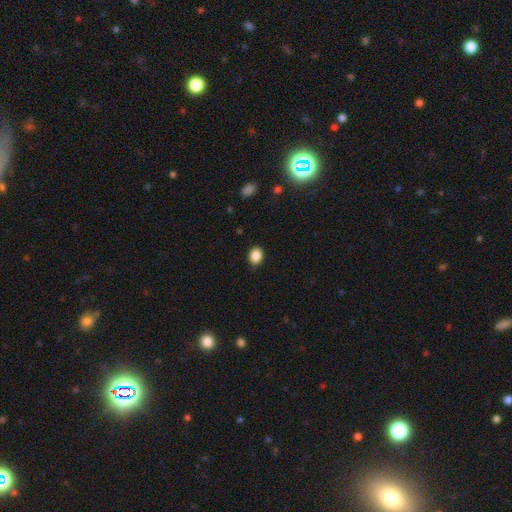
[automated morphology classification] Smooth or featured? Predicted: smooth (p=0.87). How rounded? Predicted: in between (p=0.54). Merging? Predicted: none (p=0.84).